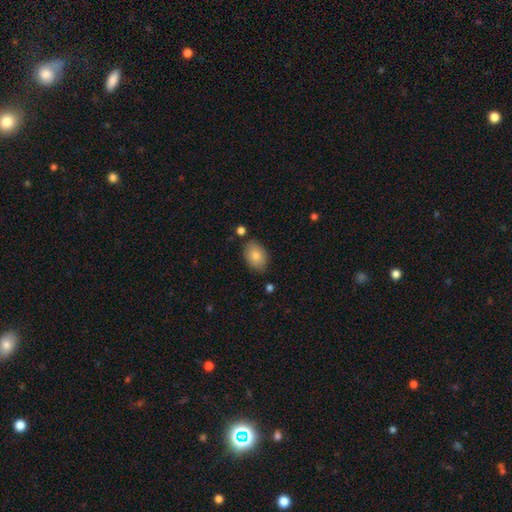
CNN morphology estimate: Smooth or featured?
  - smooth: 82% *
  - featured or disk: 11%
  - star or artifact: 7%
How rounded?
  - in between: 84% *
  - round: 15%
  - cigar-shaped: 1%
Merging?
  - none: 80% *
  - minor disturbance: 14%
  - merger: 3%
  - major disturbance: 3%